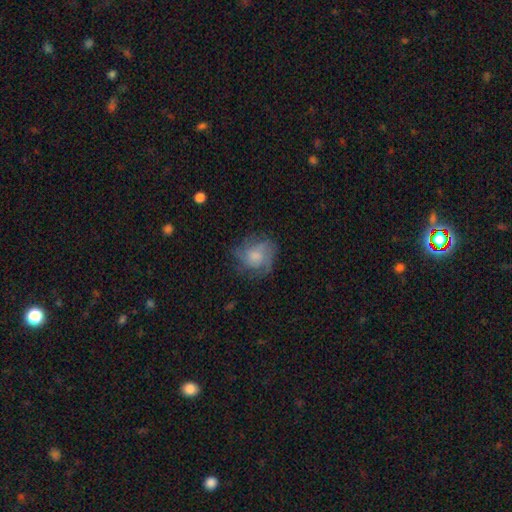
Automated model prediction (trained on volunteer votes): A featured or disk galaxy (47%). Merging: none (58%).